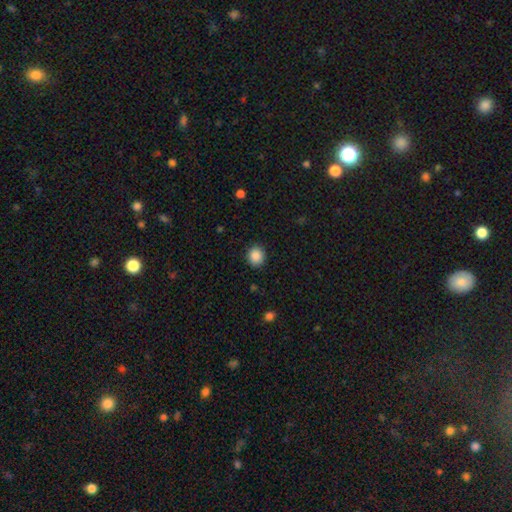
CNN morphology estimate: smooth_or_featured: smooth (p=0.88) [alt: star or artifact p=0.09]
how_rounded: round (p=0.85) [alt: in between p=0.14]
merging: none (p=0.90) [alt: minor disturbance p=0.07]